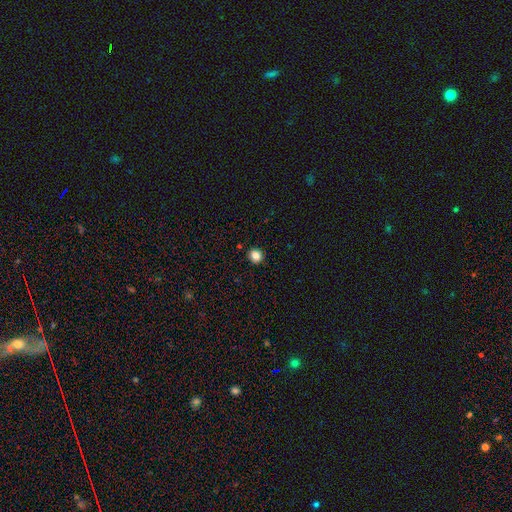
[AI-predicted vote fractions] smooth 83%, star or artifact 12%, featured or disk 5%. Down the decision tree: how rounded — round (74%); merging — none (90%).